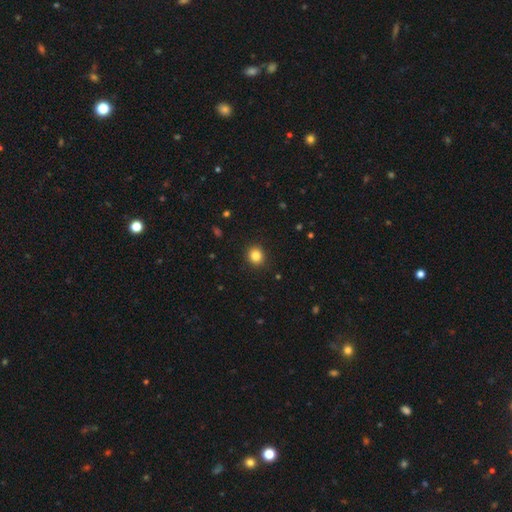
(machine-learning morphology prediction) Smooth or featured?
  - smooth: 84% *
  - star or artifact: 11%
  - featured or disk: 5%
How rounded?
  - round: 83% *
  - in between: 16%
  - cigar-shaped: 1%
Merging?
  - none: 91% *
  - minor disturbance: 6%
  - major disturbance: 2%
  - merger: 1%